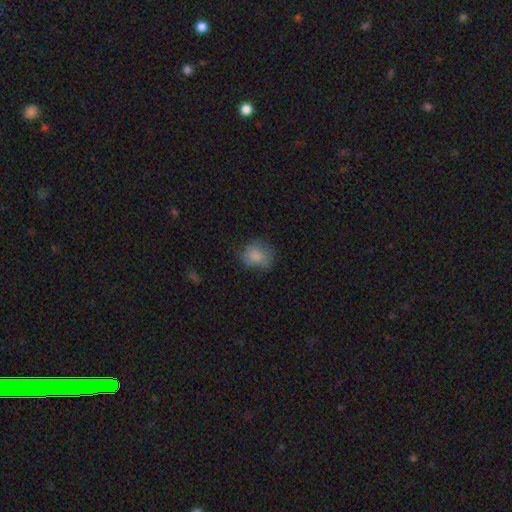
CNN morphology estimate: smooth-or-featured: smooth: 79% | featured or disk: 11% | star or artifact: 9%
  how-rounded: round: 66% | in between: 33% | cigar-shaped: 1%
  merging: none: 56% | minor disturbance: 29% | major disturbance: 14% | merger: 2%